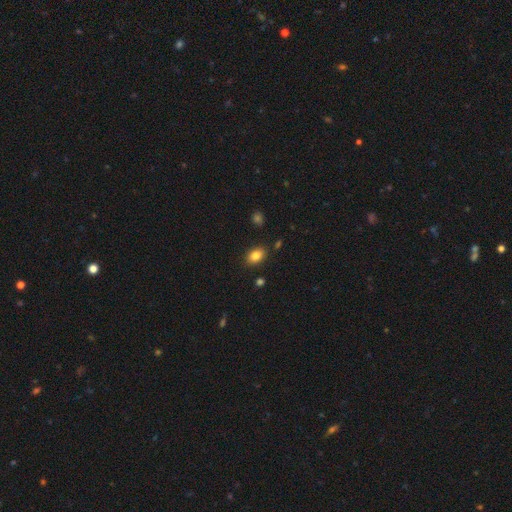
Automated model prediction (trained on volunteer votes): Morphology: type=smooth (84%); roundness=in between (84%); merging=none (85%).